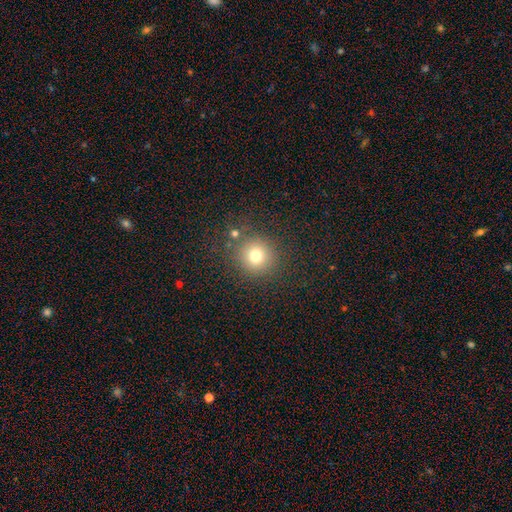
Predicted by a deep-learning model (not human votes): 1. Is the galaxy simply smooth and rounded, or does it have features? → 76% smooth, 15% star or artifact, 8% featured or disk.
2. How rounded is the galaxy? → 93% round, 6% in between, 1% cigar-shaped.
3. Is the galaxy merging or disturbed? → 83% none, 9% minor disturbance, 4% major disturbance, 4% merger.